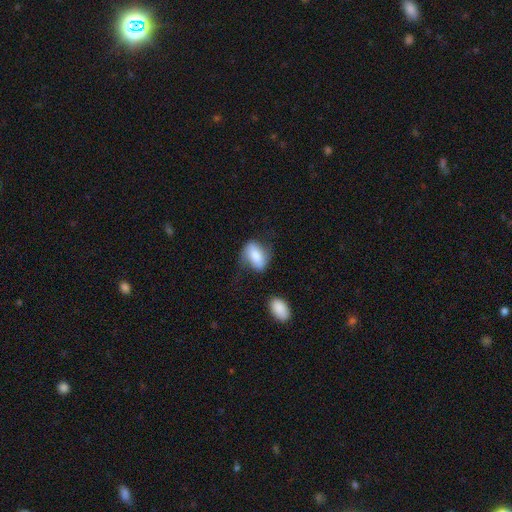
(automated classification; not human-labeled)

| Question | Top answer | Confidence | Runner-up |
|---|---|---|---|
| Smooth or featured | smooth | 68% | featured or disk (25%) |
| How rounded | in between | 85% | round (12%) |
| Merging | none | 54% | minor disturbance (27%) |